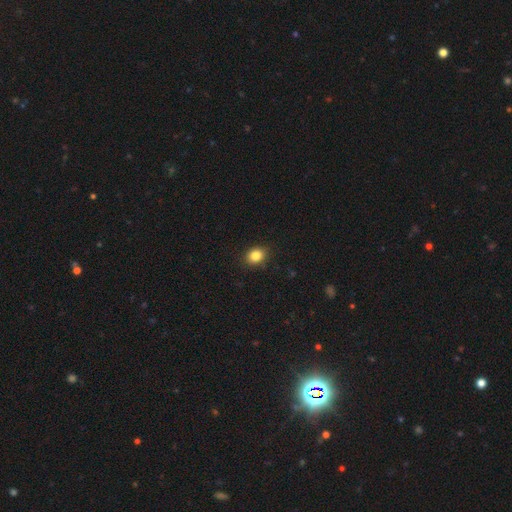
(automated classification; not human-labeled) Smooth or featured? Predicted: smooth (p=0.85). How rounded? Predicted: round (p=0.51). Merging? Predicted: none (p=0.89).